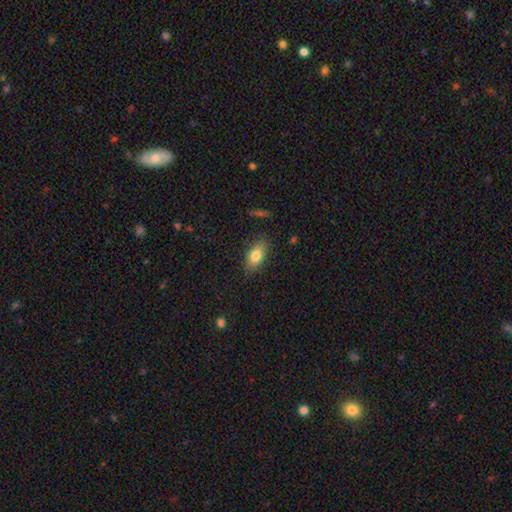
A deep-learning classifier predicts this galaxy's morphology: A smooth galaxy with no disk features (79%) that is in between round and cigar-shaped (86%).

Vote fractions:
- Smooth or featured? smooth: 79% / featured or disk: 13% / star or artifact: 8%
- How rounded? in between: 86% / cigar-shaped: 7% / round: 6%
- Merging? none: 83% / minor disturbance: 12% / major disturbance: 3% / merger: 1%